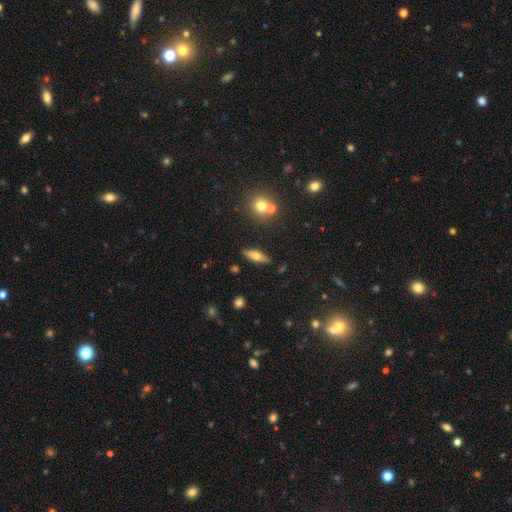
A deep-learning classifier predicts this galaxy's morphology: Q: Smooth or featured?
A: smooth (55%); runner-up: featured or disk (37%)
Q: How rounded?
A: in between (51%); runner-up: cigar-shaped (45%)
Q: Merging?
A: none (84%); runner-up: minor disturbance (10%)